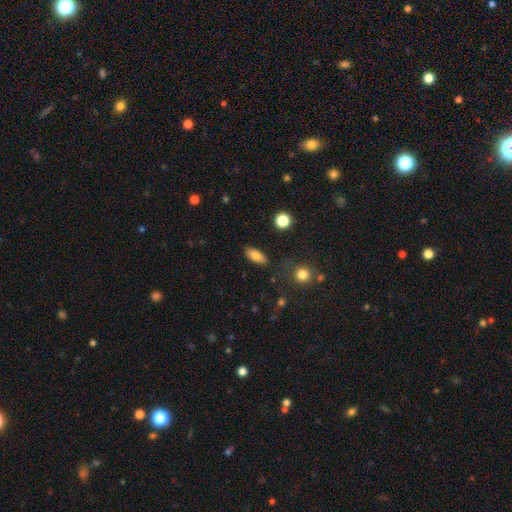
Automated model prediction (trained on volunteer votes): Morphology: type=smooth (80%); roundness=in between (86%); merging=none (83%).